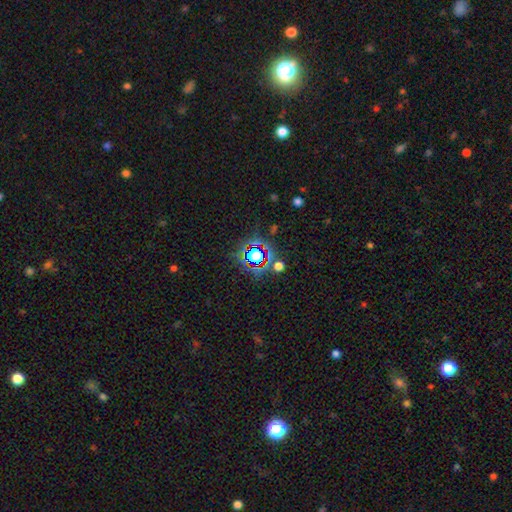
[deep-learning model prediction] smooth-or-featured: star or artifact: 63% | smooth: 25% | featured or disk: 12%